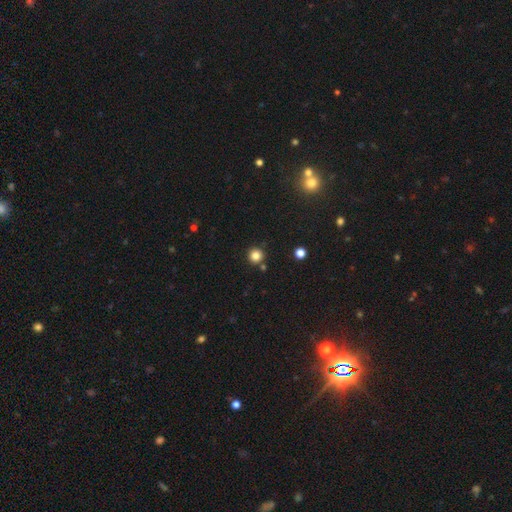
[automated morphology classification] Smooth or featured? smooth (83%)
How rounded? round (95%)
Merging? none (86%)